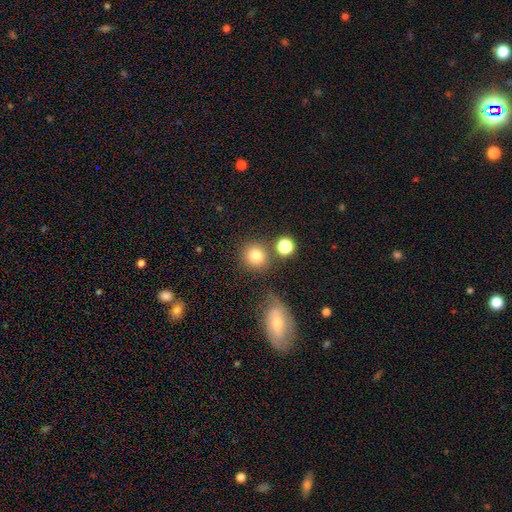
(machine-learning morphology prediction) Smooth or featured?
  - smooth: 80% *
  - star or artifact: 11%
  - featured or disk: 9%
How rounded?
  - round: 88% *
  - in between: 11%
  - cigar-shaped: 1%
Merging?
  - none: 75% *
  - merger: 11%
  - minor disturbance: 10%
  - major disturbance: 5%